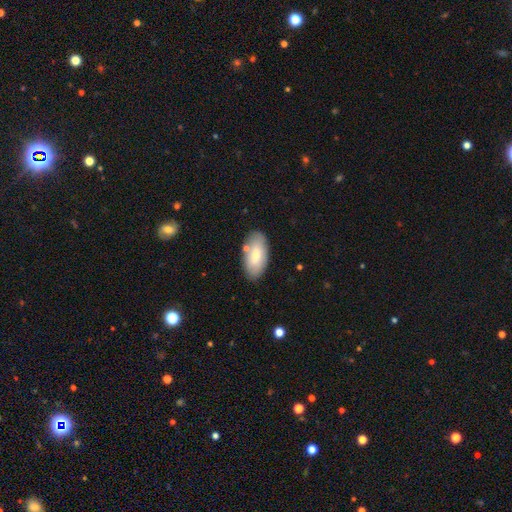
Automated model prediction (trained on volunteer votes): This appears to be a smooth galaxy with no disk features (69%) that is in between round and cigar-shaped (92%). Merging: none (79%).